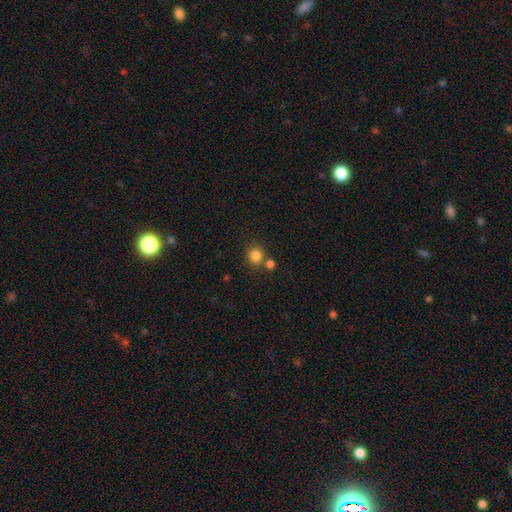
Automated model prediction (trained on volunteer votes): Overall: smooth (83%). How rounded: round (90%). Merging: none (72%).